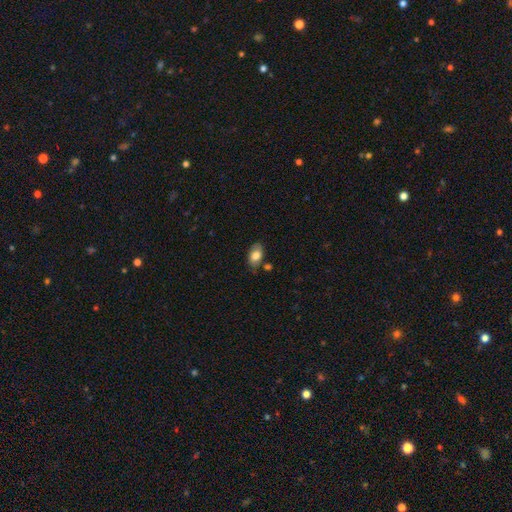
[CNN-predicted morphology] smooth-or-featured: smooth: 76% | featured or disk: 16% | star or artifact: 7%
  how-rounded: in between: 92% | round: 7% | cigar-shaped: 2%
  merging: none: 73% | minor disturbance: 18% | merger: 6% | major disturbance: 4%